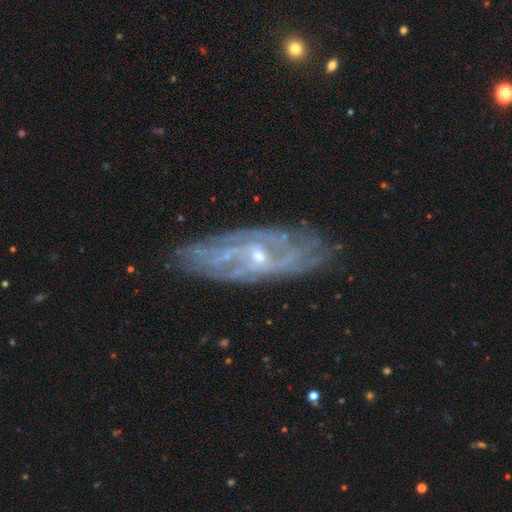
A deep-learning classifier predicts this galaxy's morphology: Smooth or featured?
  - featured or disk: 84% *
  - smooth: 9%
  - star or artifact: 7%
Edge-on disk?
  - no: 83% *
  - yes: 17%
Bar?
  - no: 52% *
  - weak: 36%
  - strong: 12%
Spiral arms?
  - yes: 90% *
  - no: 10%
Spiral winding?
  - tight: 55% *
  - medium: 33%
  - loose: 12%
Spiral arm count?
  - can't tell: 43% *
  - 2: 24%
  - 3: 11%
  - 4: 9%
  - more than 4: 7%
  - 1: 6%
Bulge size?
  - small: 72% *
  - moderate: 24%
  - none: 2%
  - large: 1%
  - dominant: 1%
Merging?
  - none: 80% *
  - minor disturbance: 14%
  - major disturbance: 4%
  - merger: 2%